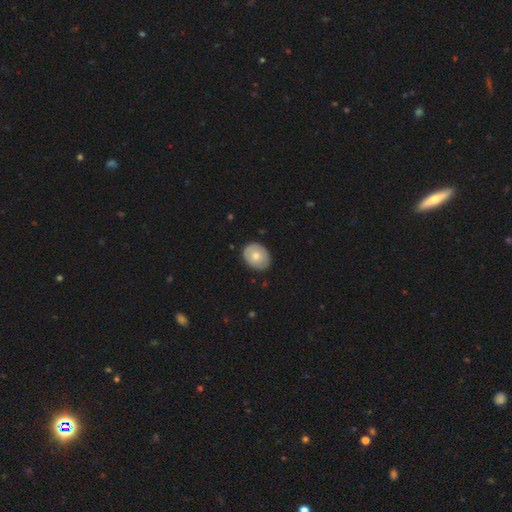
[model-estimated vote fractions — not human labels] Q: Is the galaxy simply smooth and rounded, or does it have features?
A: smooth — 65%.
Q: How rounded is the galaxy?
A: in between — 58%.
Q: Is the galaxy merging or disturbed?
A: none — 83%.